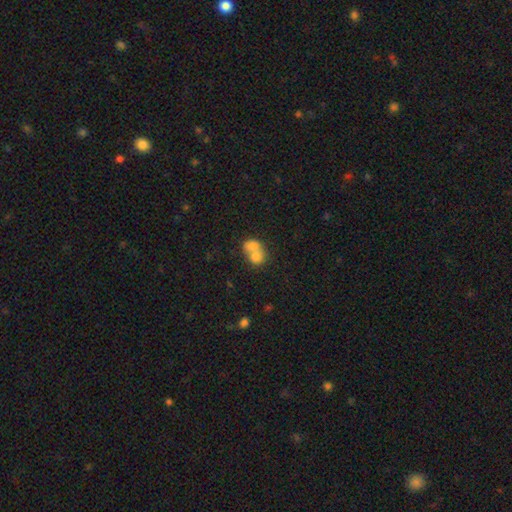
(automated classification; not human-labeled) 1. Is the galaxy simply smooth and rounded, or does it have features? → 74% smooth, 17% featured or disk, 9% star or artifact.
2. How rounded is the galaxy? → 55% round, 44% in between, 1% cigar-shaped.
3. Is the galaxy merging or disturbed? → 74% merger, 18% none, 5% minor disturbance, 3% major disturbance.